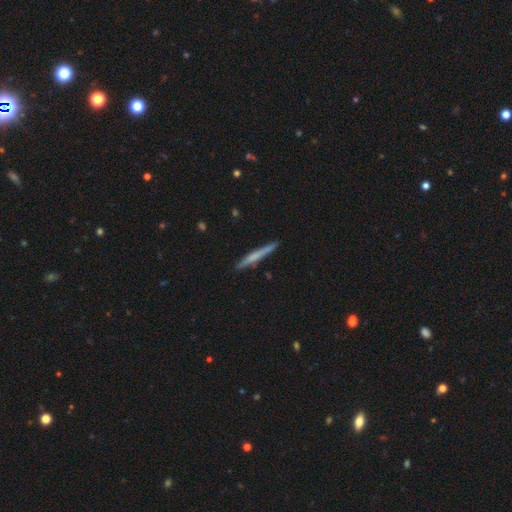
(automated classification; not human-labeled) smooth 49%, featured or disk 46%, star or artifact 6%. Down the decision tree: merging — none (89%).